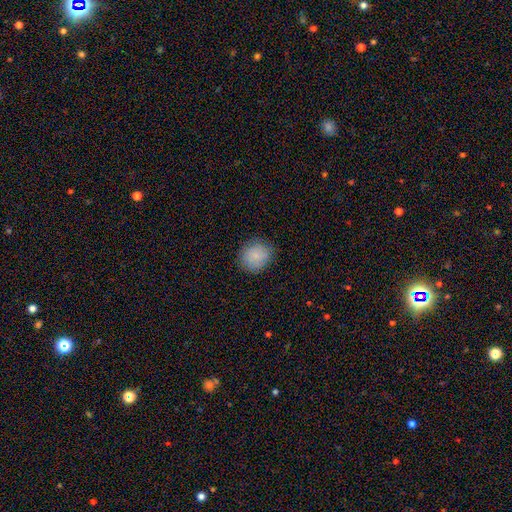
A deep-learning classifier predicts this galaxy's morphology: Overall: smooth (82%). How rounded: round (79%). Merging: none (82%).